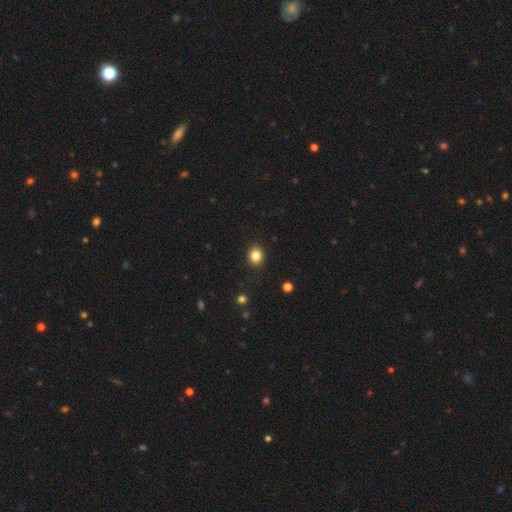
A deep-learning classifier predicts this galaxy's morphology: Smooth or featured? Predicted: smooth (p=0.83). How rounded? Predicted: round (p=0.66). Merging? Predicted: none (p=0.89).